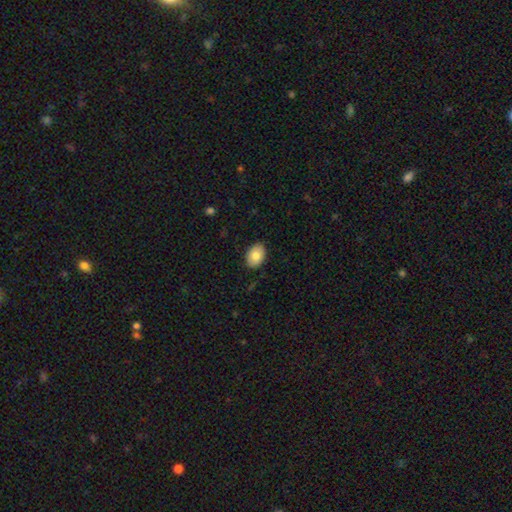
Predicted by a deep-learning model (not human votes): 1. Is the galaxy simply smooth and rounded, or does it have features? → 83% smooth, 10% featured or disk, 7% star or artifact.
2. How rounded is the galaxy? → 83% in between, 16% round, 1% cigar-shaped.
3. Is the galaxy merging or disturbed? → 88% none, 9% minor disturbance, 2% major disturbance, 1% merger.